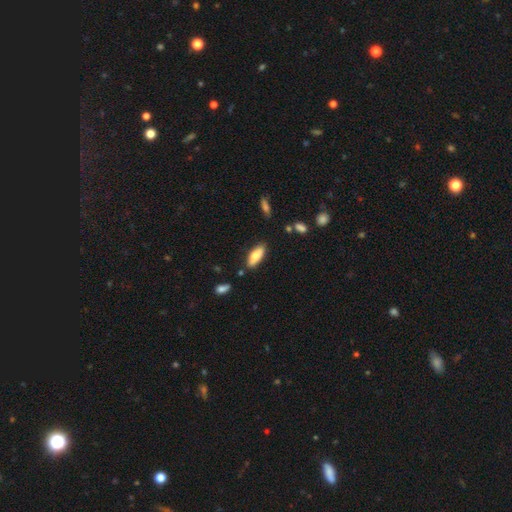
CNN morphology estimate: A smooth galaxy with no disk features (74%) that is in between round and cigar-shaped (72%). Merging: none (82%).